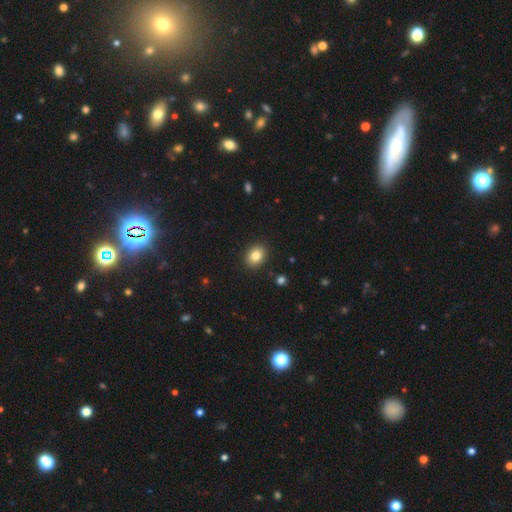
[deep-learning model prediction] A smooth galaxy with no disk features (83%) that is in between round and cigar-shaped (56%). Merging: none (90%).